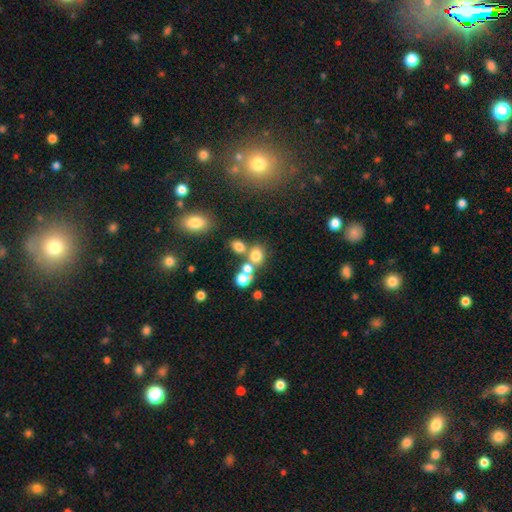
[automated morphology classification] Overall: smooth (71%). How rounded: round (67%; in between 31%). Merging: none (50%; merger 34%).